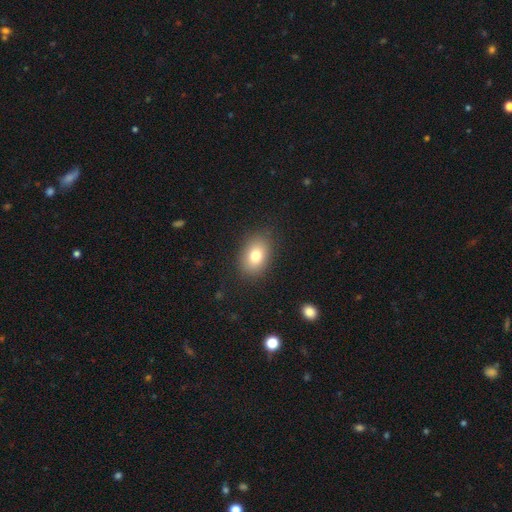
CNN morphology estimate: A smooth galaxy with no disk features (78%) that is in between round and cigar-shaped (77%).

Vote fractions:
- Smooth or featured? smooth: 78% / featured or disk: 12% / star or artifact: 10%
- How rounded? in between: 77% / round: 22% / cigar-shaped: 1%
- Merging? none: 87% / minor disturbance: 9% / major disturbance: 3% / merger: 1%